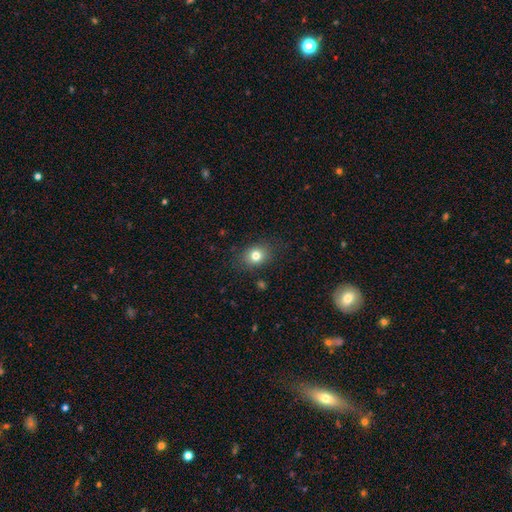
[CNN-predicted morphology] A smooth galaxy with no disk features (79%) that is round (60%).

Vote fractions:
- Smooth or featured? smooth: 79% / star or artifact: 12% / featured or disk: 9%
- How rounded? round: 60% / in between: 39% / cigar-shaped: 1%
- Merging? none: 85% / minor disturbance: 11% / major disturbance: 3% / merger: 1%